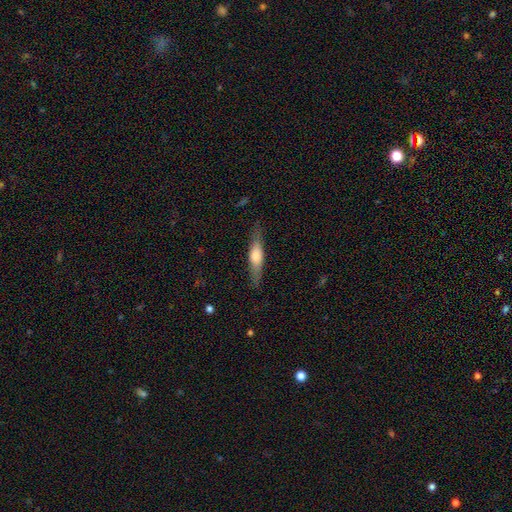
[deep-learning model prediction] Q: Smooth or featured?
A: smooth (50%); runner-up: featured or disk (44%)
Q: Merging?
A: none (82%); runner-up: minor disturbance (13%)